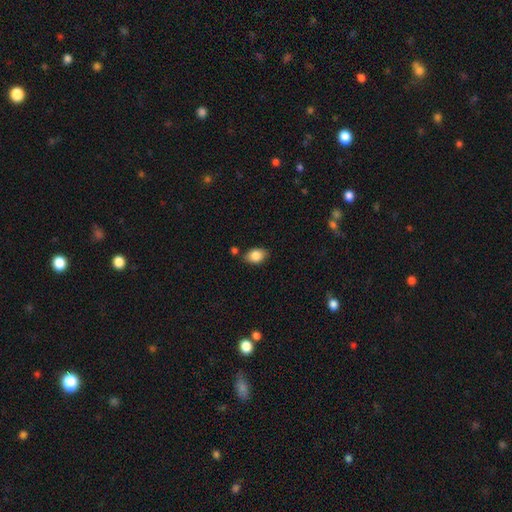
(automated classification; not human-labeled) Smooth or featured? Predicted: smooth (p=0.85). How rounded? Predicted: in between (p=0.84). Merging? Predicted: none (p=0.78).